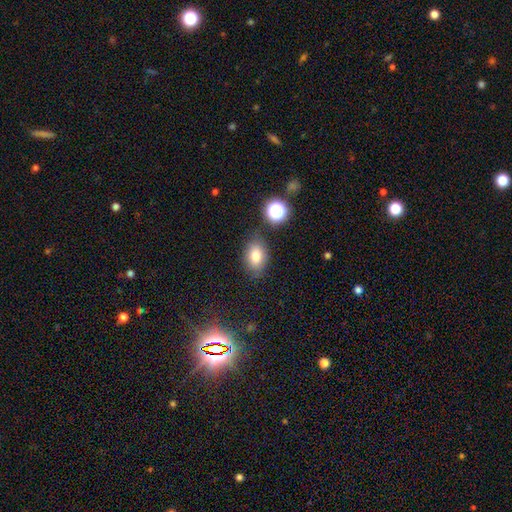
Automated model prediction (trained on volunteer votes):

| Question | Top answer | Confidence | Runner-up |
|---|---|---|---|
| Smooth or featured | smooth | 80% | star or artifact (11%) |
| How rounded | in between | 81% | round (17%) |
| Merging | none | 79% | minor disturbance (14%) |